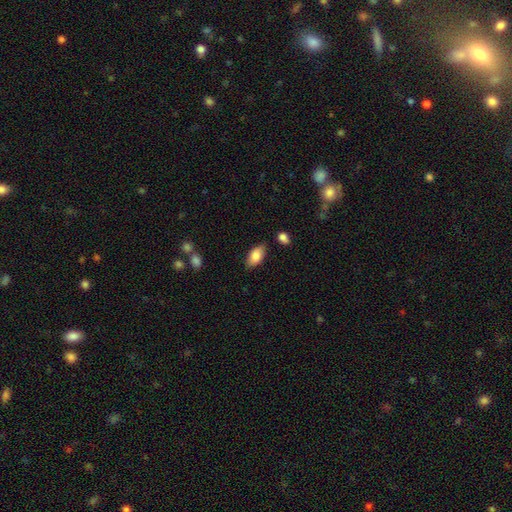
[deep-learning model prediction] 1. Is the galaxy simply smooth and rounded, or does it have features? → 83% smooth, 11% featured or disk, 7% star or artifact.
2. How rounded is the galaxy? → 92% in between, 5% cigar-shaped, 3% round.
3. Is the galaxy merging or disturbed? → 82% none, 12% minor disturbance, 3% merger, 2% major disturbance.